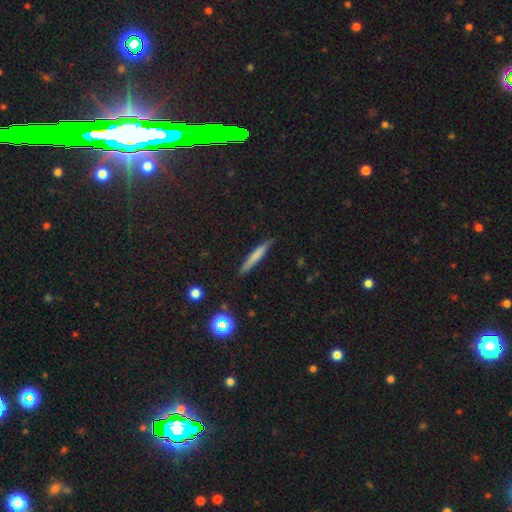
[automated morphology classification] type=smooth (64%); roundness=cigar-shaped (94%); merging=none (86%).